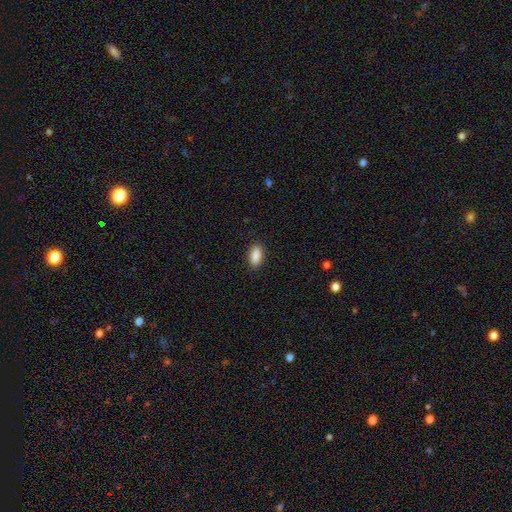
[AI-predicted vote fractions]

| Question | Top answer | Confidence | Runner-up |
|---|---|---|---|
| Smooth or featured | smooth | 89% | star or artifact (7%) |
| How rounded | in between | 89% | cigar-shaped (8%) |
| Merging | none | 89% | minor disturbance (8%) |